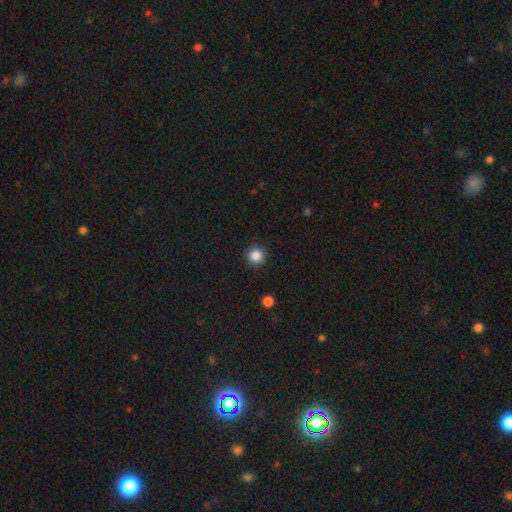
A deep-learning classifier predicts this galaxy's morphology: Smooth or featured?
  - smooth: 86% *
  - star or artifact: 11%
  - featured or disk: 3%
How rounded?
  - round: 96% *
  - in between: 3%
  - cigar-shaped: 1%
Merging?
  - none: 92% *
  - minor disturbance: 5%
  - major disturbance: 2%
  - merger: 1%